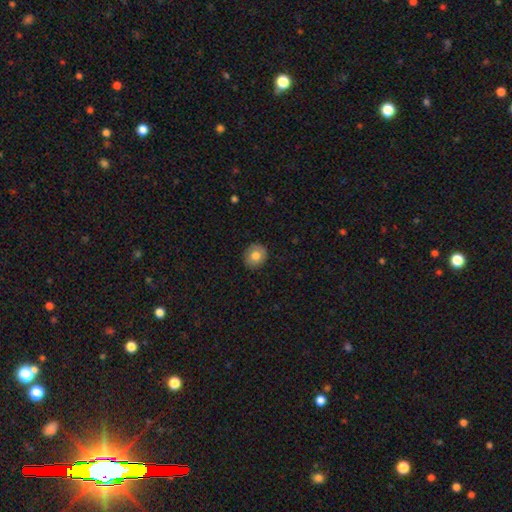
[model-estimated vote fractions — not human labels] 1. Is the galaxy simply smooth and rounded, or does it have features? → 79% smooth, 12% featured or disk, 9% star or artifact.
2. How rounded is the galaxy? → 86% round, 13% in between, 1% cigar-shaped.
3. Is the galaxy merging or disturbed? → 89% none, 8% minor disturbance, 2% major disturbance, 1% merger.